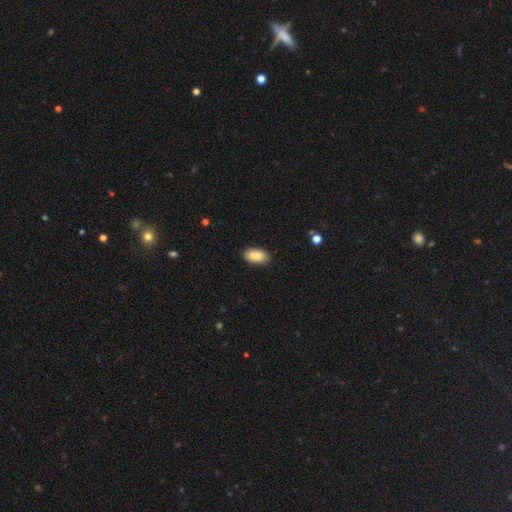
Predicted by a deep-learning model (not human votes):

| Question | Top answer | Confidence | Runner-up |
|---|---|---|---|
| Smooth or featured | smooth | 80% | featured or disk (14%) |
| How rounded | in between | 94% | round (3%) |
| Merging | none | 88% | minor disturbance (9%) |